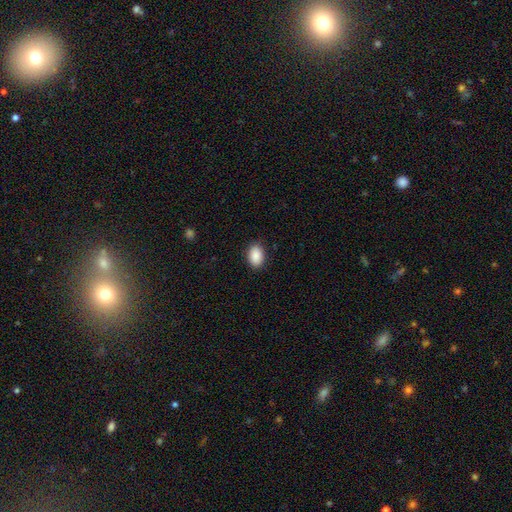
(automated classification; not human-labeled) Overall: smooth (90%). How rounded: in between (86%). Merging: none (88%).